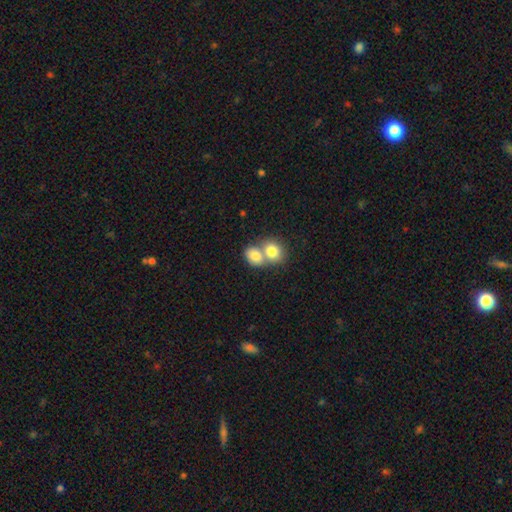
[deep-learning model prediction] smooth-or-featured: smooth: 81% | featured or disk: 11% | star or artifact: 8%
  how-rounded: in between: 52% | round: 47% | cigar-shaped: 1%
  merging: merger: 66% | none: 25% | minor disturbance: 6% | major disturbance: 3%